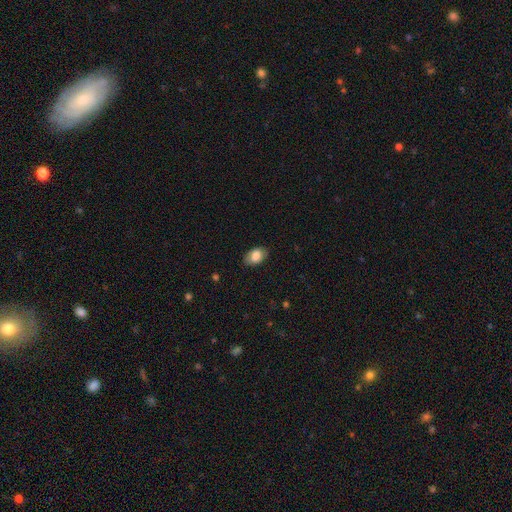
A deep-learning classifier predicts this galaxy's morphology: Smooth or featured? smooth (83%)
How rounded? in between (89%)
Merging? none (82%)